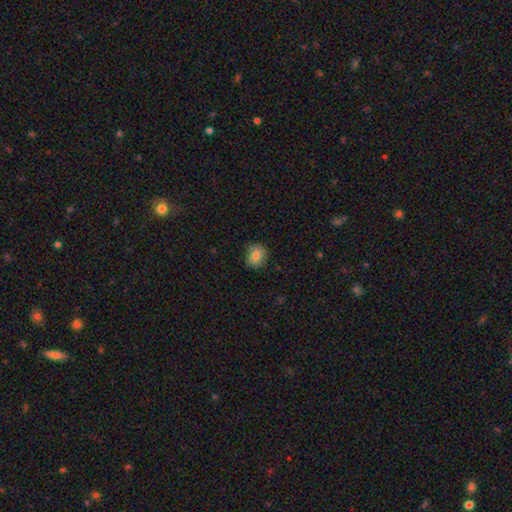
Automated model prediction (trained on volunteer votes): Smooth or featured? Predicted: smooth (p=0.82). How rounded? Predicted: round (p=0.79). Merging? Predicted: none (p=0.83).